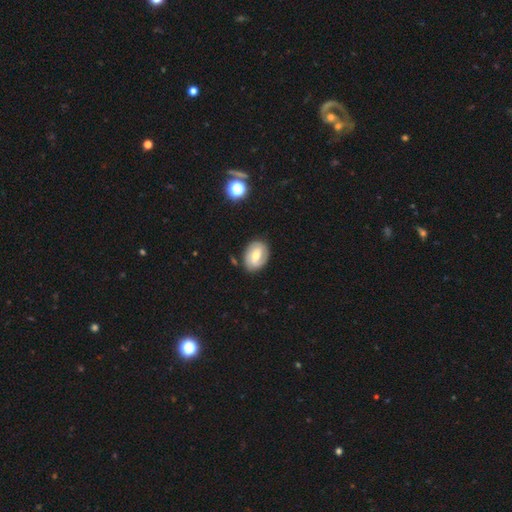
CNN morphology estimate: Smooth or featured: featured or disk — 59% (smooth — 34%)
Edge-on disk: no — 96% (yes — 4%)
Bar: weak — 49% (no — 32%)
Spiral arms: yes — 78% (no — 22%)
Bulge size: moderate — 64% (small — 30%)
Merging: none — 80% (minor disturbance — 14%)